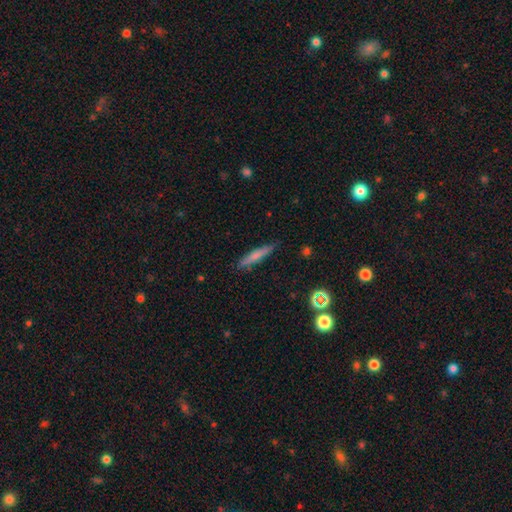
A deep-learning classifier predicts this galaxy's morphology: Smooth or featured: smooth — 64% (featured or disk — 27%)
How rounded: cigar-shaped — 90% (in between — 8%)
Merging: none — 85% (minor disturbance — 11%)